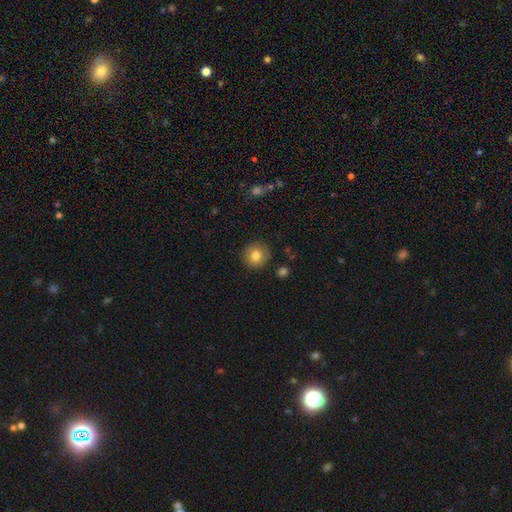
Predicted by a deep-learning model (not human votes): A smooth galaxy with no disk features (81%) that is round (93%).

Vote fractions:
- Smooth or featured? smooth: 81% / featured or disk: 10% / star or artifact: 9%
- How rounded? round: 93% / in between: 6% / cigar-shaped: 1%
- Merging? none: 90% / minor disturbance: 7% / major disturbance: 2% / merger: 1%